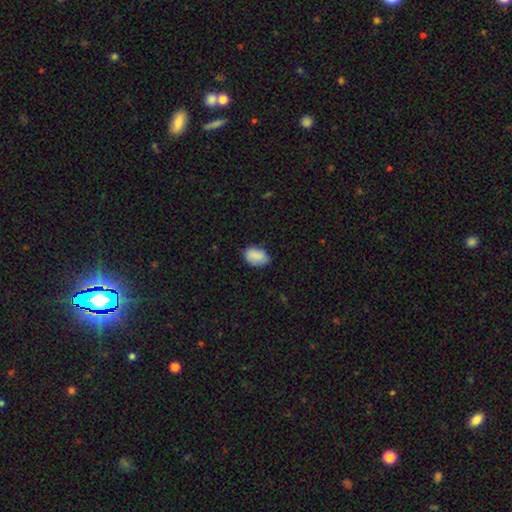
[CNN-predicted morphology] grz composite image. It shows a smooth galaxy with no disk features (86%) that is in between round and cigar-shaped (86%). Merging: none (75%).